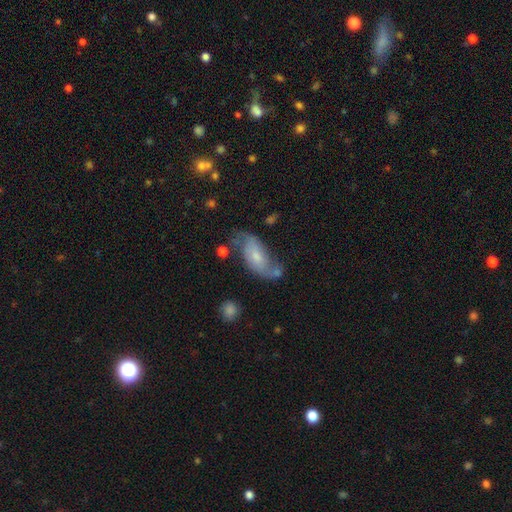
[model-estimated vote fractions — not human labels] Smooth or featured? Predicted: featured or disk (p=0.58). Edge-on disk? Predicted: no (p=0.92). Bar? Predicted: no (p=0.57). Spiral arms? Predicted: yes (p=0.84). Bulge size? Predicted: small (p=0.49). Merging? Predicted: none (p=0.49).